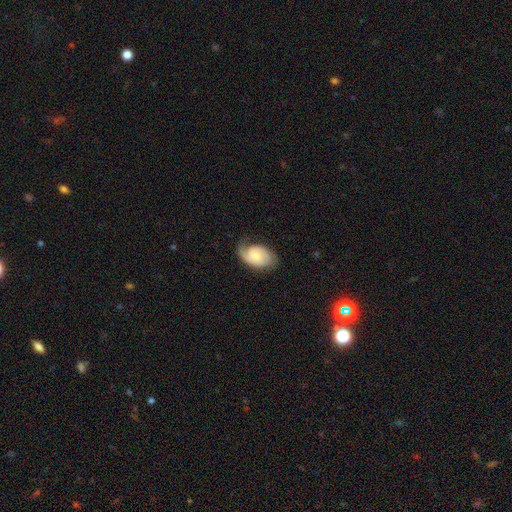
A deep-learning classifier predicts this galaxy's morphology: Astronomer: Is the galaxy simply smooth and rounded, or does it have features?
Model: featured or disk — 60%.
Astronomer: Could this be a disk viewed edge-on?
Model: no — 96%.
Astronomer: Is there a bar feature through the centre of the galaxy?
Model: no — 63%.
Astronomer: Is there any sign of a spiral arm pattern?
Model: yes — 90%.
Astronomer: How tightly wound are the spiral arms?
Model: medium — 41% (runner-up: tight, 40%).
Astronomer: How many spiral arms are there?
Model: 2 — 63%.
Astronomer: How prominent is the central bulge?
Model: small — 46% (runner-up: moderate, 42%).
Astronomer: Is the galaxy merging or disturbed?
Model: none — 61%.